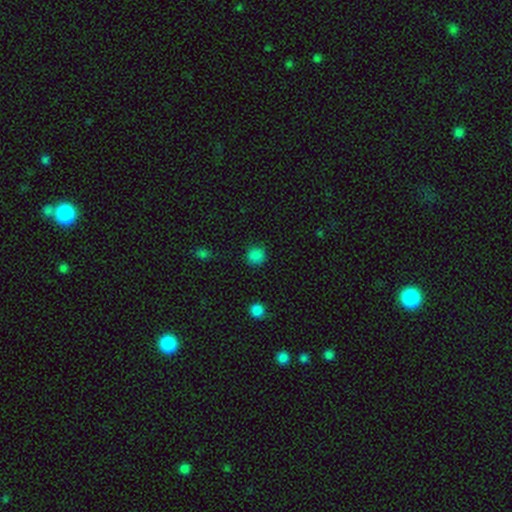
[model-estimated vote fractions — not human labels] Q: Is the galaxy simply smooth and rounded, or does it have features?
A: smooth — 84%.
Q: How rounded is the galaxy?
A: round — 91%.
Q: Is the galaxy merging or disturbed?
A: none — 87%.